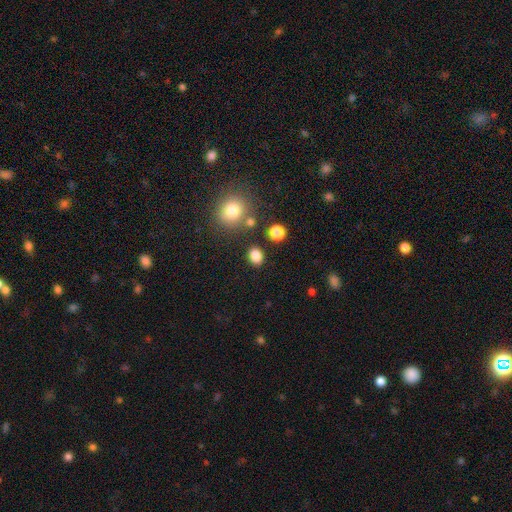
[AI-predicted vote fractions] A smooth galaxy with no disk features (83%) that is round (55%).

Vote fractions:
- Smooth or featured? smooth: 83% / star or artifact: 12% / featured or disk: 5%
- How rounded? round: 55% / in between: 44% / cigar-shaped: 1%
- Merging? none: 84% / minor disturbance: 9% / merger: 4% / major disturbance: 3%